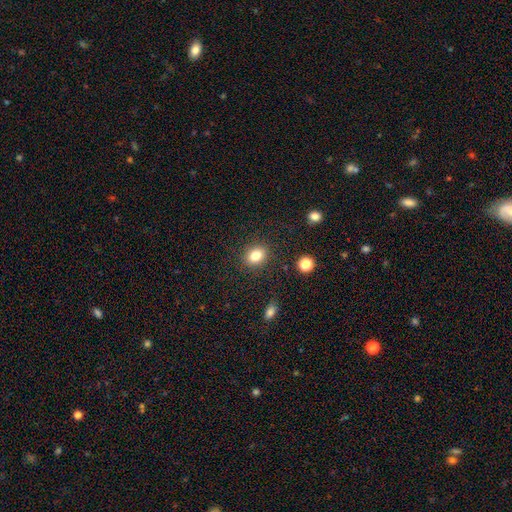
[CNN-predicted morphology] Smooth or featured? smooth (82%)
How rounded? in between (55%)
Merging? none (87%)